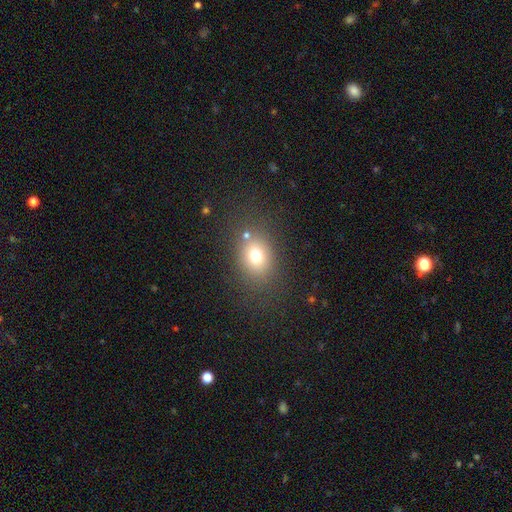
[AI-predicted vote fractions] A smooth galaxy with no disk features (72%) that is round (50%). Merging: none (76%).